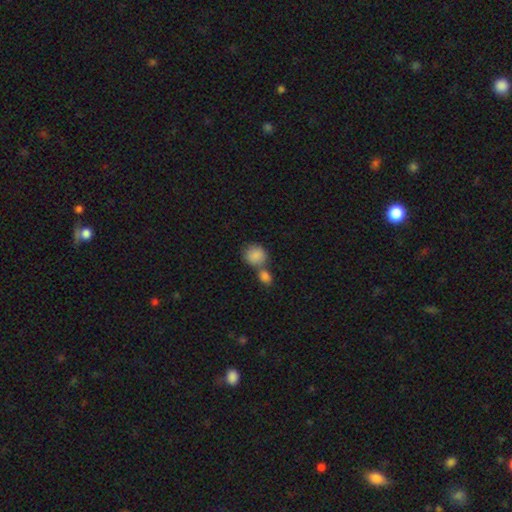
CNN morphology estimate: A smooth galaxy with no disk features (87%) that is round (75%).

Vote fractions:
- Smooth or featured? smooth: 87% / star or artifact: 7% / featured or disk: 6%
- How rounded? round: 75% / in between: 24% / cigar-shaped: 1%
- Merging? merger: 48% / none: 39% / minor disturbance: 10% / major disturbance: 4%